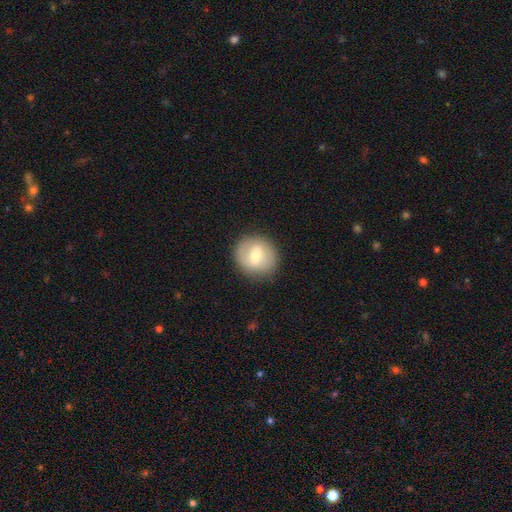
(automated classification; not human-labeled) smooth_or_featured: smooth (p=0.59) [alt: featured or disk p=0.34]
how_rounded: round (p=0.85) [alt: in between p=0.14]
merging: none (p=0.86) [alt: minor disturbance p=0.10]